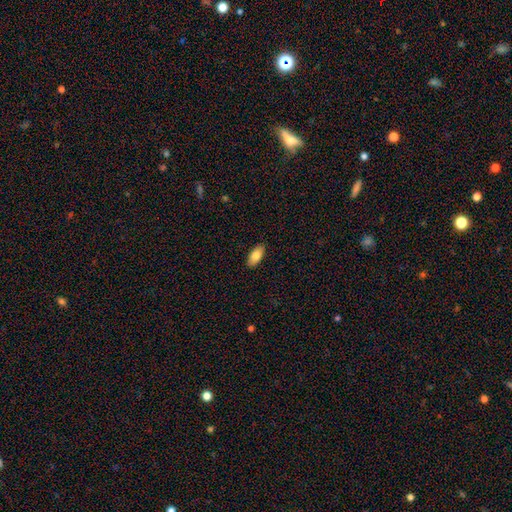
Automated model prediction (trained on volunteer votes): smooth_or_featured: smooth (p=0.82) [alt: featured or disk p=0.11]
how_rounded: in between (p=0.89) [alt: cigar-shaped p=0.09]
merging: none (p=0.89) [alt: minor disturbance p=0.08]